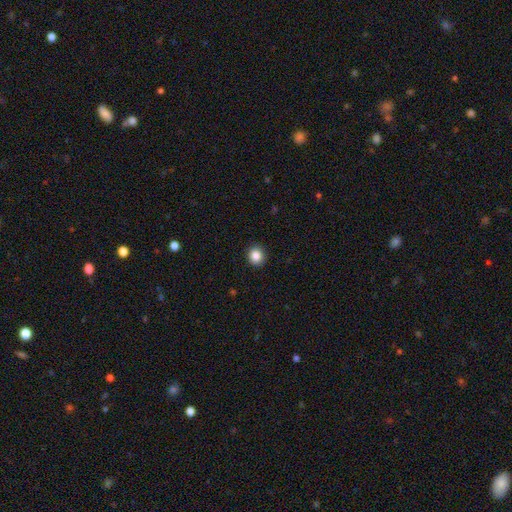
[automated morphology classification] A smooth galaxy with no disk features (86%) that is round (85%).

Vote fractions:
- Smooth or featured? smooth: 86% / star or artifact: 10% / featured or disk: 4%
- How rounded? round: 85% / in between: 14% / cigar-shaped: 1%
- Merging? none: 92% / minor disturbance: 5% / major disturbance: 2% / merger: 1%